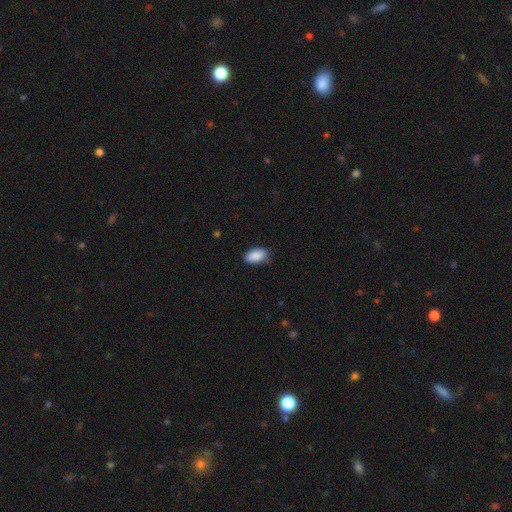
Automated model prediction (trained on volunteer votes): Q: Smooth or featured?
A: smooth (89%); runner-up: star or artifact (7%)
Q: How rounded?
A: in between (94%); runner-up: round (4%)
Q: Merging?
A: none (75%); runner-up: minor disturbance (20%)